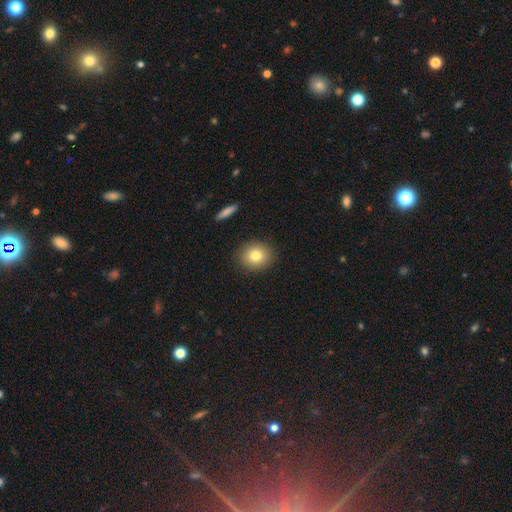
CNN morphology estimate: Overall: smooth (80%). How rounded: round (70%). Merging: none (88%).